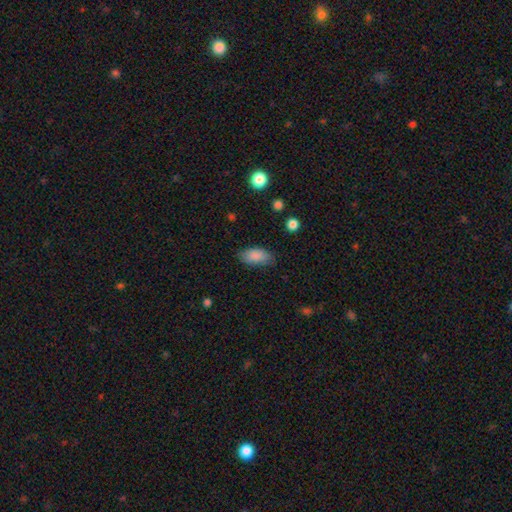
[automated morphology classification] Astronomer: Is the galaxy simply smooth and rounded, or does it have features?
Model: smooth — 87%.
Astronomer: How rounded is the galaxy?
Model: in between — 91%.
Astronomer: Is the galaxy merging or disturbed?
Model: none — 79%.